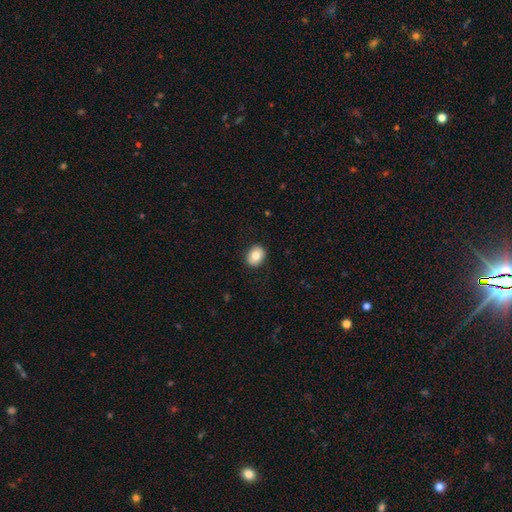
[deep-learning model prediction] Smooth or featured?
  - smooth: 80% *
  - featured or disk: 11%
  - star or artifact: 8%
How rounded?
  - in between: 53% *
  - round: 46%
  - cigar-shaped: 1%
Merging?
  - none: 89% *
  - minor disturbance: 8%
  - major disturbance: 2%
  - merger: 1%